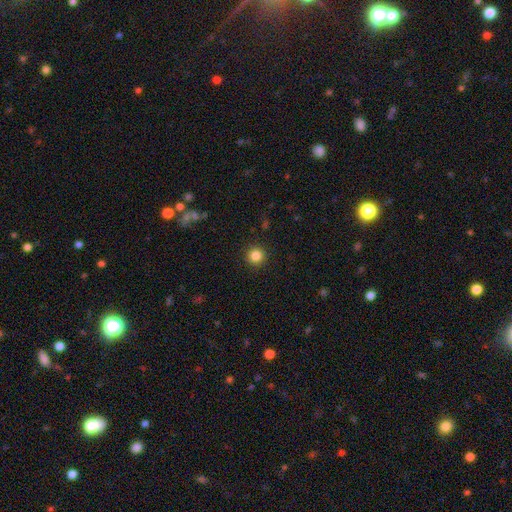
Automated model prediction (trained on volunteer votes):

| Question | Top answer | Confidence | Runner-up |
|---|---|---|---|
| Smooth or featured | smooth | 85% | star or artifact (11%) |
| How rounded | round | 95% | in between (4%) |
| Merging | none | 92% | minor disturbance (5%) |